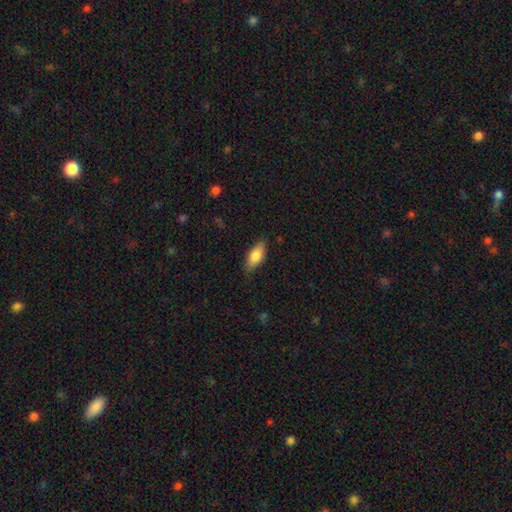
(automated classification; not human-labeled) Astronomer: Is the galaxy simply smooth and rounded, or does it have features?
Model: smooth — 81%.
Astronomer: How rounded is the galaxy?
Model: in between — 82%.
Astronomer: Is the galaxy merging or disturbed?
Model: none — 83%.